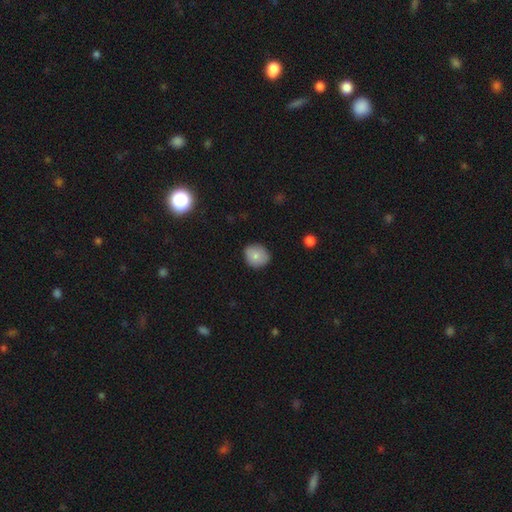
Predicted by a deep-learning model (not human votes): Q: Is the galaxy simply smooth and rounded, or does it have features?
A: smooth — 82%.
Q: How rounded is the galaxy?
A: round — 78%.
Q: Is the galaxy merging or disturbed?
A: none — 79%.